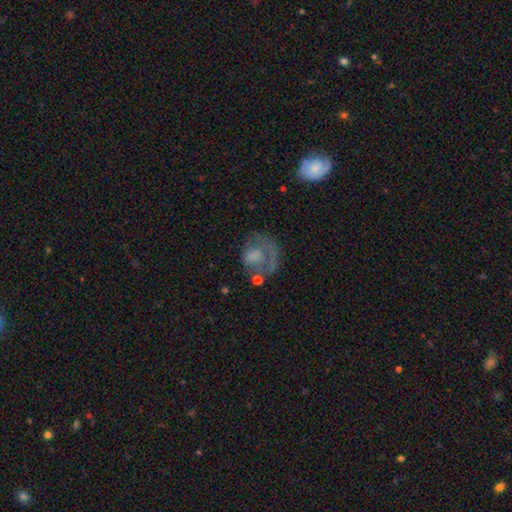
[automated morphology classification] type=featured or disk (51%); edge-on=no (98%); merging=none (39%).